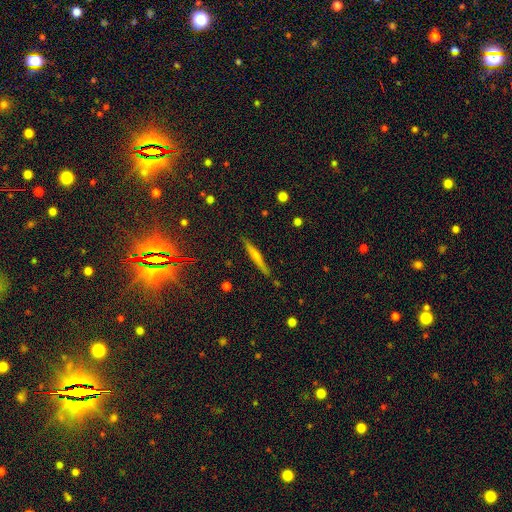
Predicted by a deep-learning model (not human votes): smooth-or-featured: smooth: 51% | featured or disk: 39% | star or artifact: 9%
  how-rounded: cigar-shaped: 94% | in between: 4% | round: 2%
  merging: none: 86% | minor disturbance: 10% | major disturbance: 2% | merger: 2%